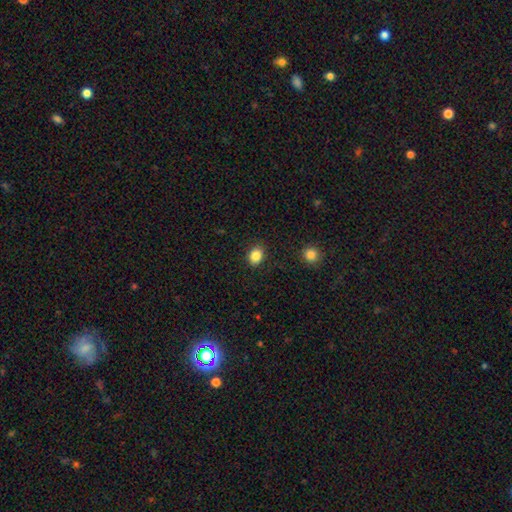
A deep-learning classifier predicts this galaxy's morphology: Q: Smooth or featured?
A: smooth (86%); runner-up: star or artifact (9%)
Q: How rounded?
A: in between (54%); runner-up: round (45%)
Q: Merging?
A: none (88%); runner-up: minor disturbance (8%)